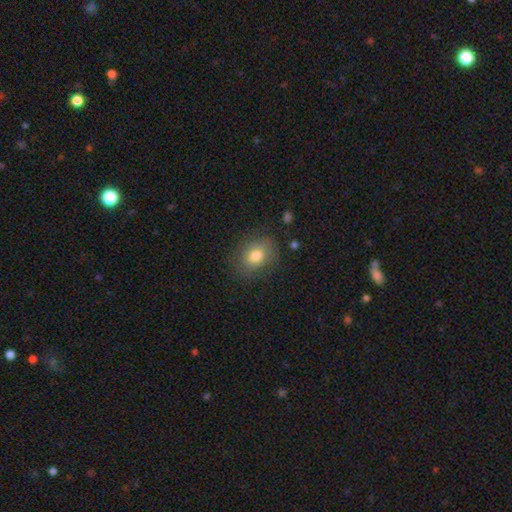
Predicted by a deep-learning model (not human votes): A smooth galaxy with no disk features (78%) that is in between round and cigar-shaped (50%). Merging: none (80%).